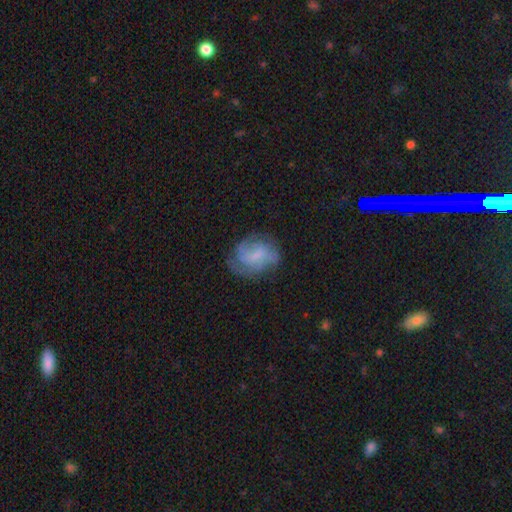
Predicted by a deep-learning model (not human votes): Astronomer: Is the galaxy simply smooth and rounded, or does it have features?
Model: featured or disk — 63%.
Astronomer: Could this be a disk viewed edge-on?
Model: no — 98%.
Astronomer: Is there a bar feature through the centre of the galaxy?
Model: no — 45%, tied with weak at 45%.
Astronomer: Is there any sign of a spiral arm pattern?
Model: yes — 84%.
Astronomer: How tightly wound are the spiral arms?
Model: medium — 42% (runner-up: tight, 39%).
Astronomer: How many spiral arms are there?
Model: can't tell — 34% (runner-up: 2, 28%).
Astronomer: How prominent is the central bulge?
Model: small — 44% (runner-up: none, 31%).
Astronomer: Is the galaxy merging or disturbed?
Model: none — 59%.